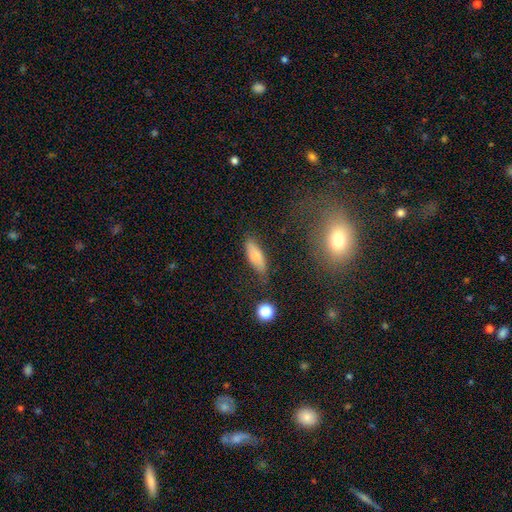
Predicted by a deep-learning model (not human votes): This is likely a smooth galaxy (73%). How rounded: likely in between (61%). Merging: likely none (74%).